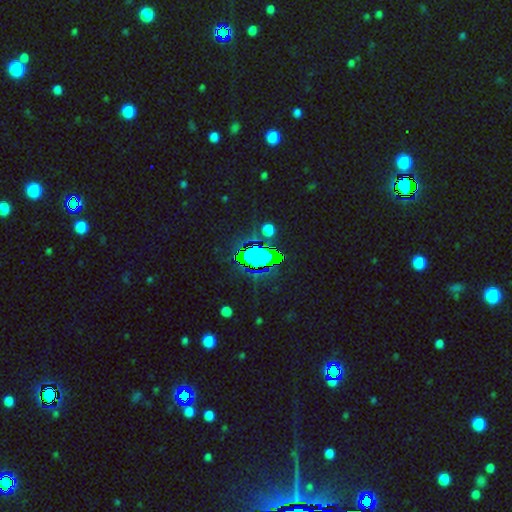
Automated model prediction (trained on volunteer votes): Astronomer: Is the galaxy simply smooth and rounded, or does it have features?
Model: star or artifact — 65%.